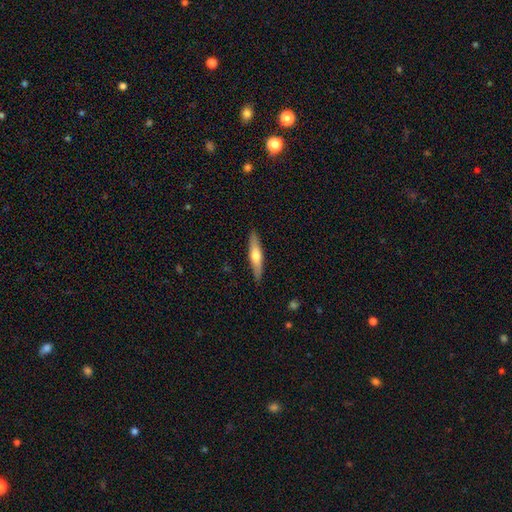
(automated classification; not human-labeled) Smooth or featured? smooth (50%)
Merging? none (89%)